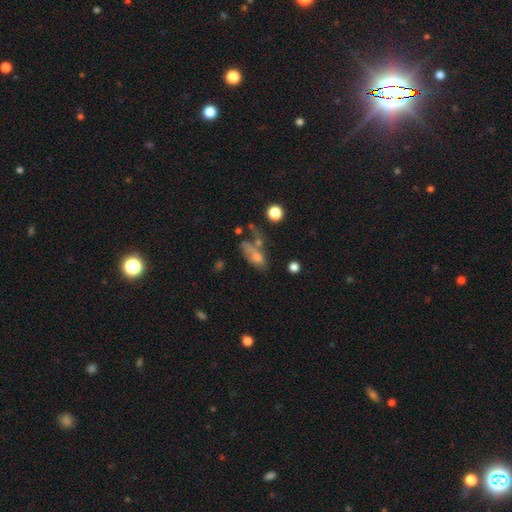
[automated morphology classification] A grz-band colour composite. It shows a smooth galaxy with no disk features (63%) that is in between round and cigar-shaped (75%). Merging: none (30%).